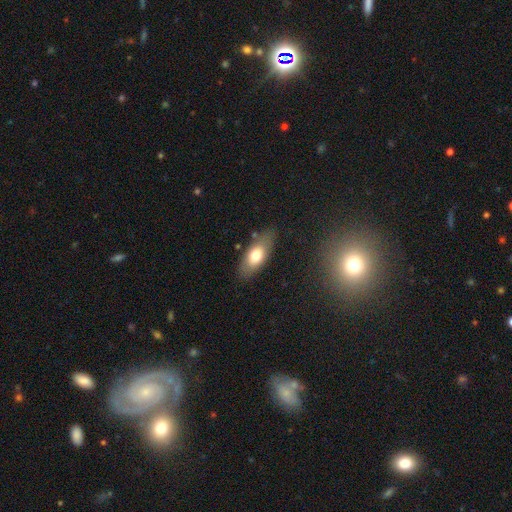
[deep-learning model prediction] smooth 71%, featured or disk 22%, star or artifact 7%. Down the decision tree: how rounded — in between (82%); merging — none (79%).